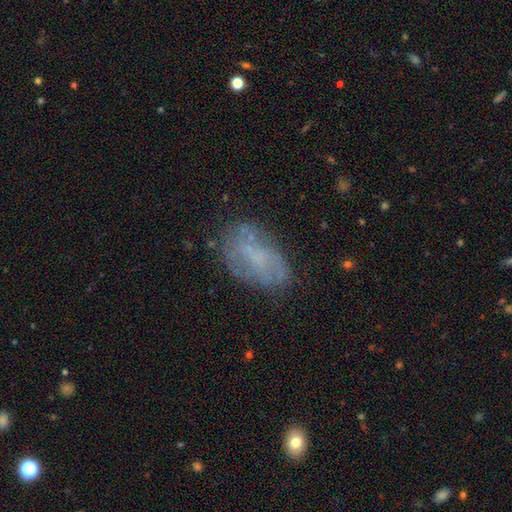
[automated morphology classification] Smooth or featured: featured or disk — 44% (smooth — 43%)
Merging: none — 65% (minor disturbance — 22%)